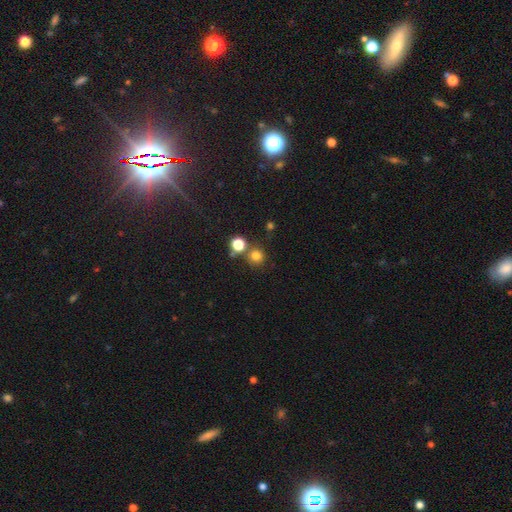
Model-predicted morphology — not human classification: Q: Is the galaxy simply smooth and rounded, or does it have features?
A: smooth — 77%.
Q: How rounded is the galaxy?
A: round — 93%.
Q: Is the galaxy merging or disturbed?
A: none — 74%.